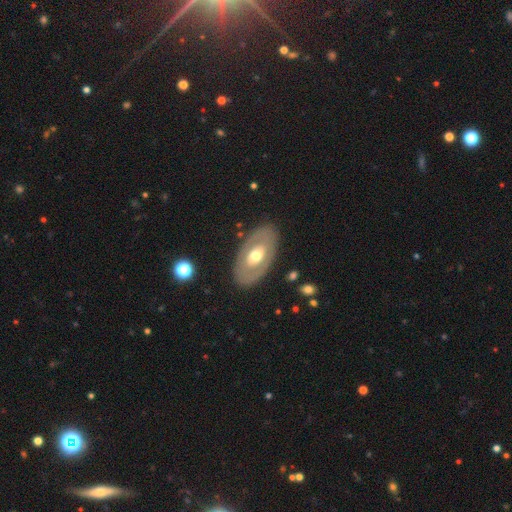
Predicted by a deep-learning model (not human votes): featured or disk 56%, smooth 39%, star or artifact 5%. Down the decision tree: edge-on disk — no (88%); merging — none (84%).